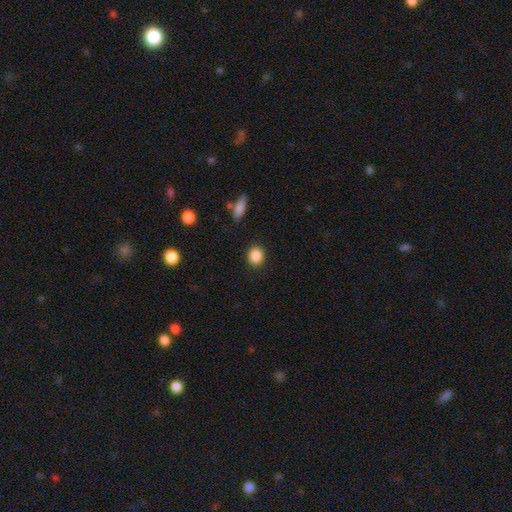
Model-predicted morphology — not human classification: Smooth or featured?
  - smooth: 87% *
  - star or artifact: 9%
  - featured or disk: 4%
How rounded?
  - round: 78% *
  - in between: 21%
  - cigar-shaped: 1%
Merging?
  - none: 90% *
  - minor disturbance: 7%
  - major disturbance: 2%
  - merger: 1%